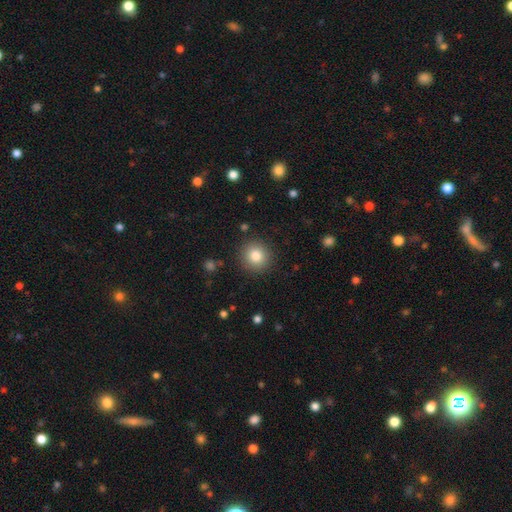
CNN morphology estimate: Overall: smooth (82%). How rounded: round (92%). Merging: none (89%).